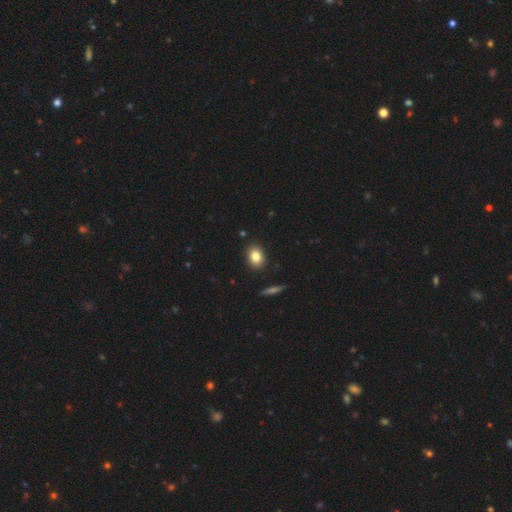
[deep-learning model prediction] This is clearly a smooth galaxy (83%). How rounded: likely in between (66%). Merging: clearly none (89%).